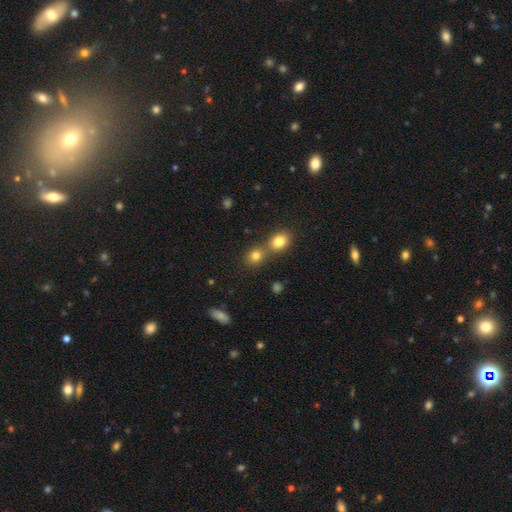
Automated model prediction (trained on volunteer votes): Smooth or featured? Predicted: smooth (p=0.80). How rounded? Predicted: round (p=0.70). Merging? Predicted: none (p=0.48).